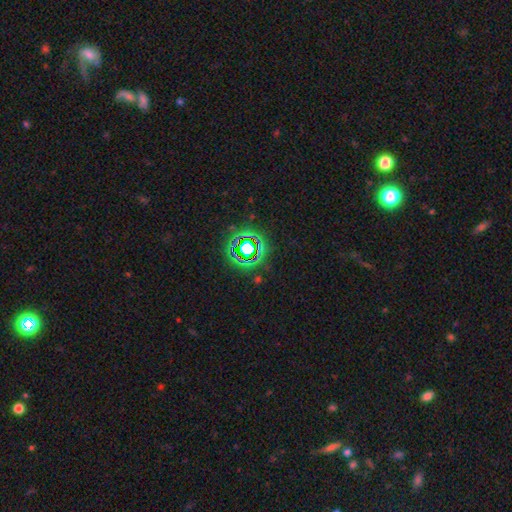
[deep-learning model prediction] A star or artifact, not a galaxy (72%).

Vote fractions:
- Smooth or featured? star or artifact: 72% / smooth: 19% / featured or disk: 9%